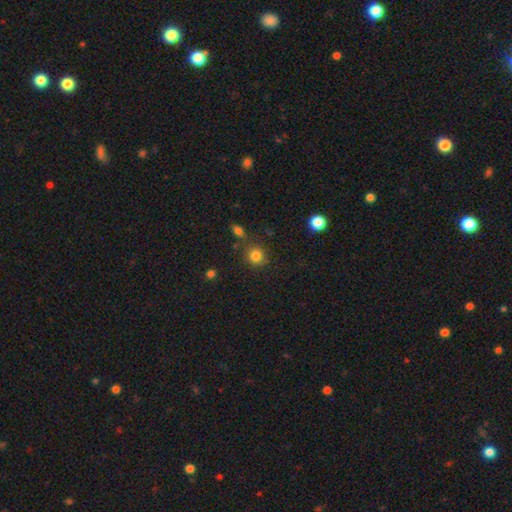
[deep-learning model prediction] Smooth or featured? Predicted: smooth (p=0.82). How rounded? Predicted: round (p=0.88). Merging? Predicted: none (p=0.75).